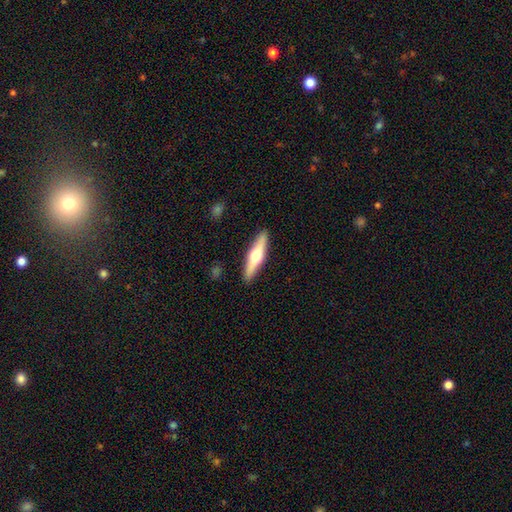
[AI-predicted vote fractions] Smooth or featured?
  - featured or disk: 56% *
  - smooth: 38%
  - star or artifact: 5%
Edge-on disk?
  - yes: 95% *
  - no: 5%
Edge-on bulge?
  - rounded: 93% *
  - boxy: 4%
  - none: 3%
Merging?
  - none: 90% *
  - minor disturbance: 7%
  - major disturbance: 2%
  - merger: 1%